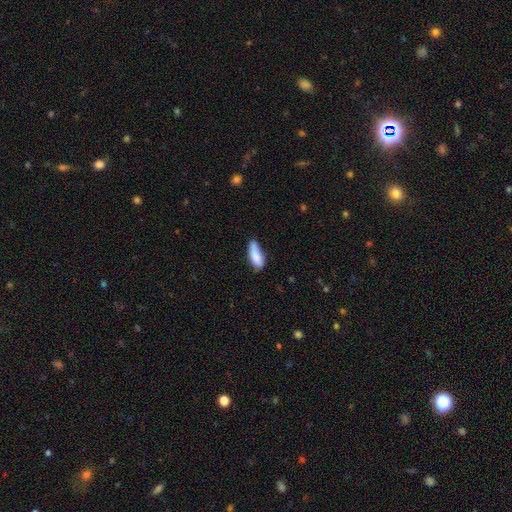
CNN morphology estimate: A smooth galaxy with no disk features (84%) that is in between round and cigar-shaped (65%).

Vote fractions:
- Smooth or featured? smooth: 84% / featured or disk: 10% / star or artifact: 6%
- How rounded? in between: 65% / cigar-shaped: 33% / round: 2%
- Merging? none: 58% / minor disturbance: 32% / major disturbance: 6% / merger: 4%